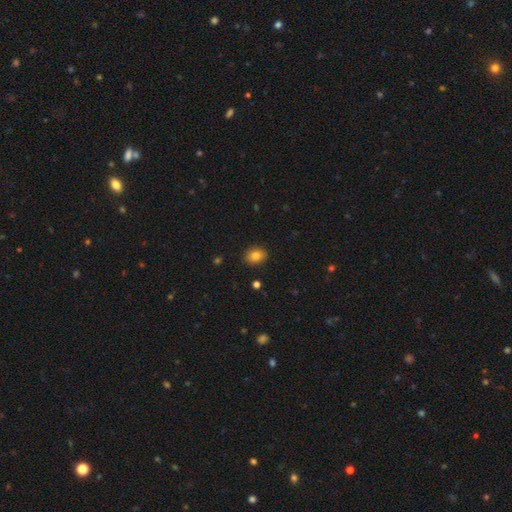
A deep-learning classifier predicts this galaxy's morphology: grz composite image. It shows a smooth galaxy with no disk features (82%) that is in between round and cigar-shaped (57%). Merging: none (89%).